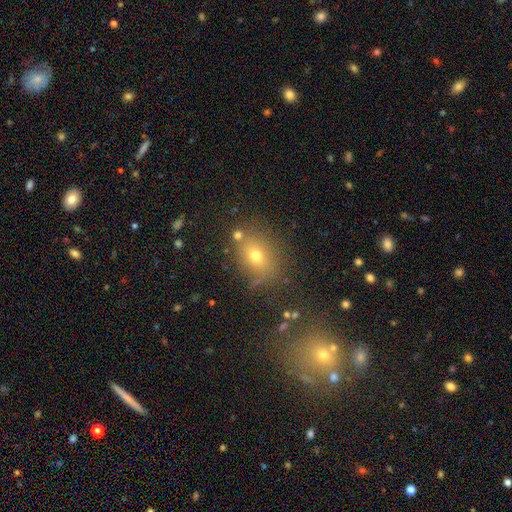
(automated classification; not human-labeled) A smooth galaxy with no disk features (66%) that is in between round and cigar-shaped (56%). Merging: none (72%).